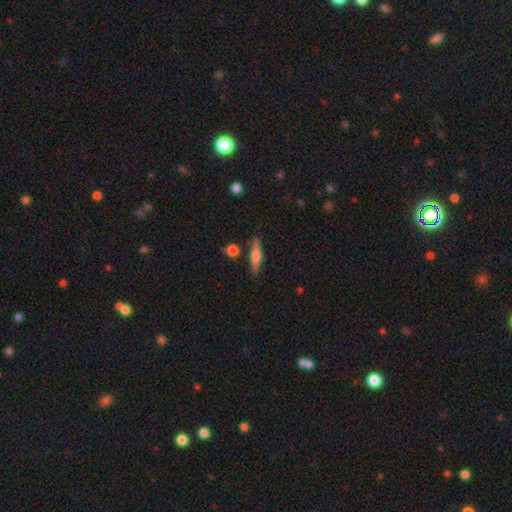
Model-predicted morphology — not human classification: A featured or disk galaxy (52%) viewed edge-on (96%) with a rounded central bulge (85%).

Vote fractions:
- Smooth or featured? featured or disk: 52% / smooth: 41% / star or artifact: 7%
- Edge-on disk? yes: 96% / no: 4%
- Edge-on bulge? rounded: 85% / boxy: 9% / none: 6%
- Merging? none: 84% / minor disturbance: 9% / merger: 4% / major disturbance: 2%